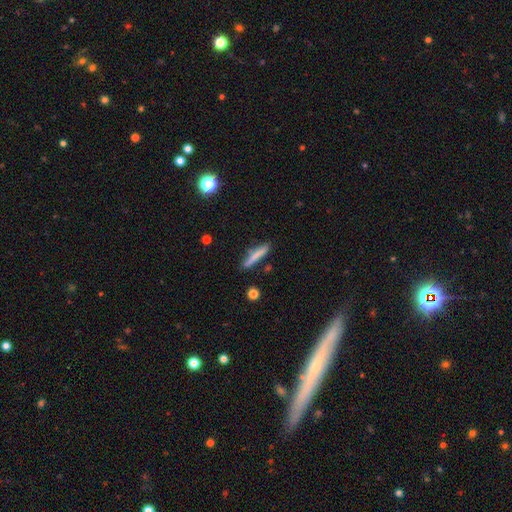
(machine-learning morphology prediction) smooth-or-featured: smooth: 73% | featured or disk: 20% | star or artifact: 7%
  how-rounded: cigar-shaped: 92% | in between: 6% | round: 2%
  merging: none: 81% | minor disturbance: 13% | merger: 3% | major disturbance: 3%